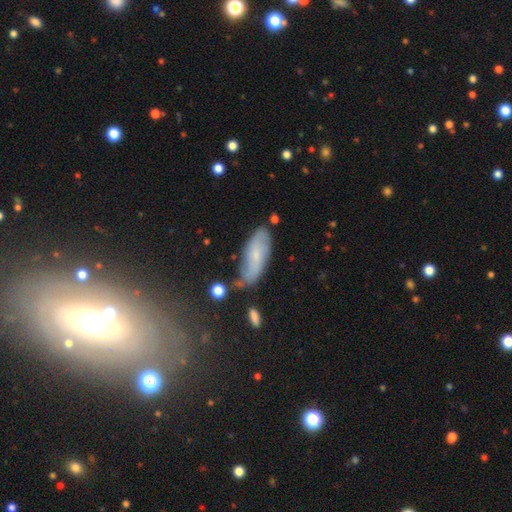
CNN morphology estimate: Smooth or featured? smooth (47%)
Merging? none (62%)